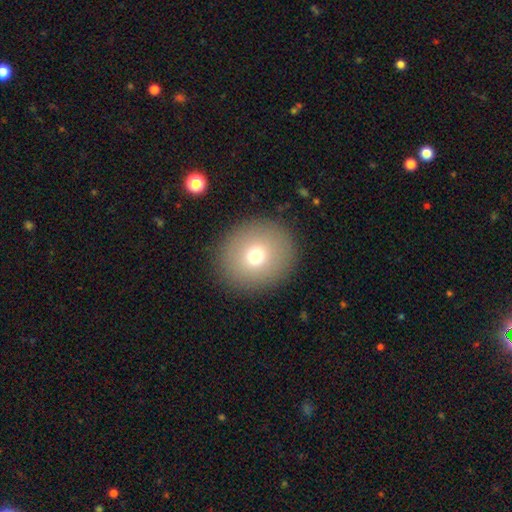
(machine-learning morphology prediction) A smooth galaxy with no disk features (73%) that is round (82%).

Vote fractions:
- Smooth or featured? smooth: 73% / featured or disk: 14% / star or artifact: 13%
- How rounded? round: 82% / in between: 17% / cigar-shaped: 1%
- Merging? none: 90% / minor disturbance: 6% / major disturbance: 3% / merger: 1%